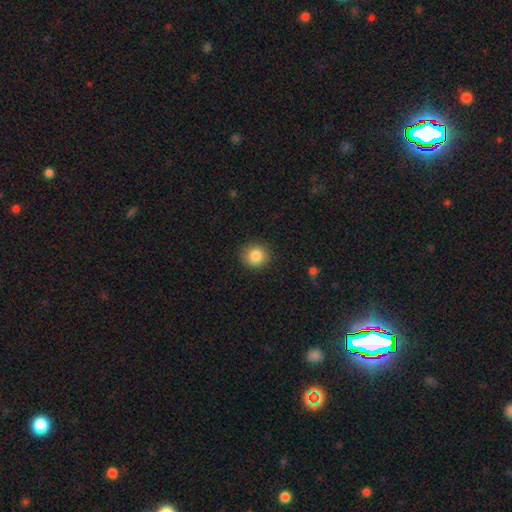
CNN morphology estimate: Q: Smooth or featured?
A: smooth (85%); runner-up: star or artifact (9%)
Q: How rounded?
A: round (86%); runner-up: in between (13%)
Q: Merging?
A: none (88%); runner-up: minor disturbance (8%)